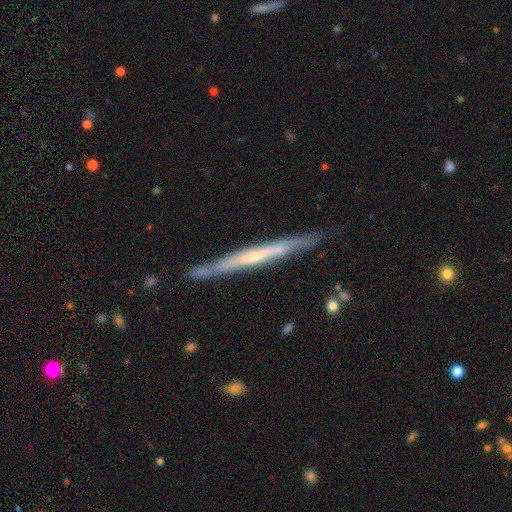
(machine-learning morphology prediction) A featured or disk galaxy (70%) viewed edge-on (94%) with no central bulge (63%).

Vote fractions:
- Smooth or featured? featured or disk: 70% / smooth: 24% / star or artifact: 6%
- Edge-on disk? yes: 94% / no: 6%
- Edge-on bulge? none: 63% / rounded: 30% / boxy: 8%
- Merging? none: 82% / minor disturbance: 14% / major disturbance: 2% / merger: 2%